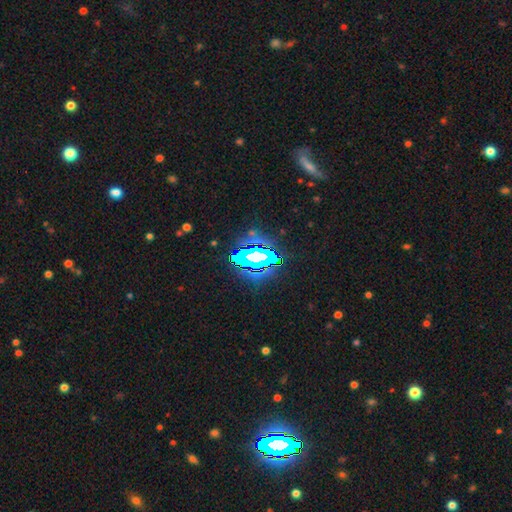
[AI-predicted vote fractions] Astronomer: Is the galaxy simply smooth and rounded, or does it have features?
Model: star or artifact — 60%.